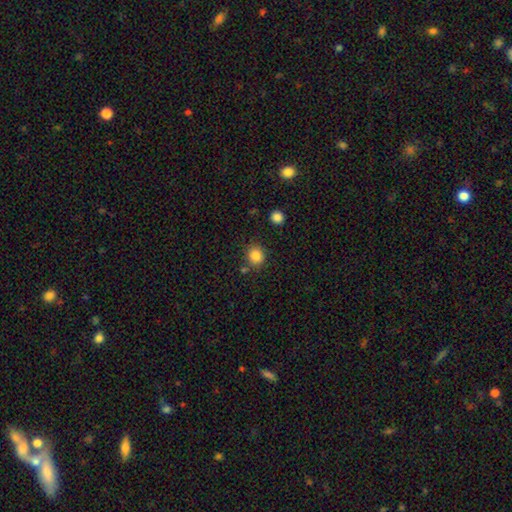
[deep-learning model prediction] A smooth galaxy with no disk features (85%) that is round (83%). Merging: none (80%).